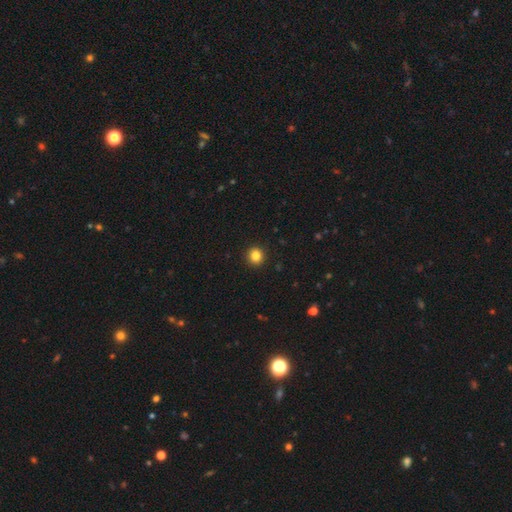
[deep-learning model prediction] A smooth galaxy with no disk features (84%) that is round (92%). Merging: none (93%).